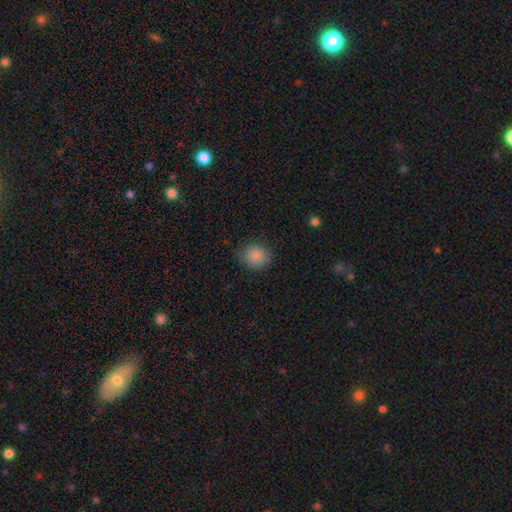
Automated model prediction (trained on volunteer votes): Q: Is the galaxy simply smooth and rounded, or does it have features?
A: smooth — 87%.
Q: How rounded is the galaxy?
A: round — 77%.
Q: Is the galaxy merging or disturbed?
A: none — 81%.